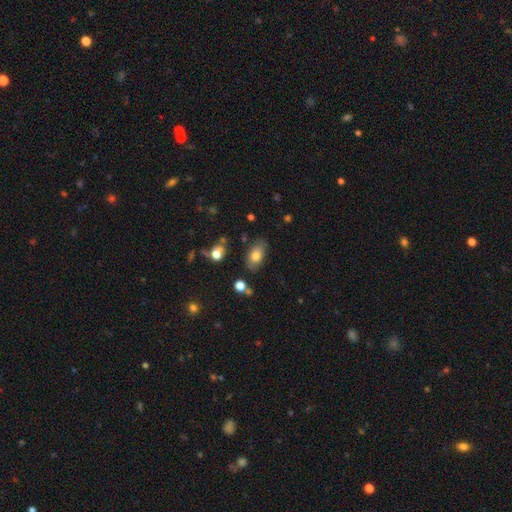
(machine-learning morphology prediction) Overall: smooth (75%). How rounded: in between (89%). Merging: none (77%).